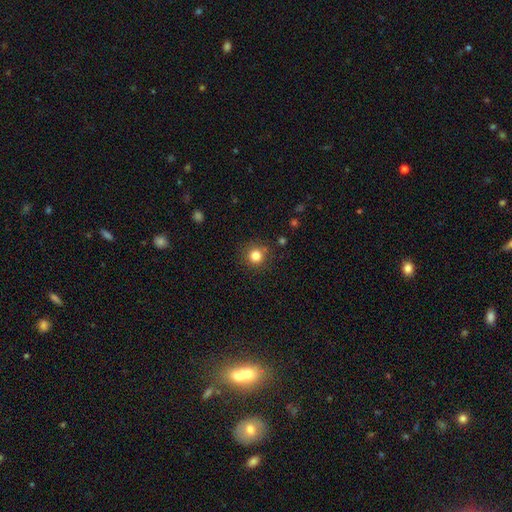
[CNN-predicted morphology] This appears to be a smooth galaxy with no disk features (82%) that is round (93%). Merging: none (86%).